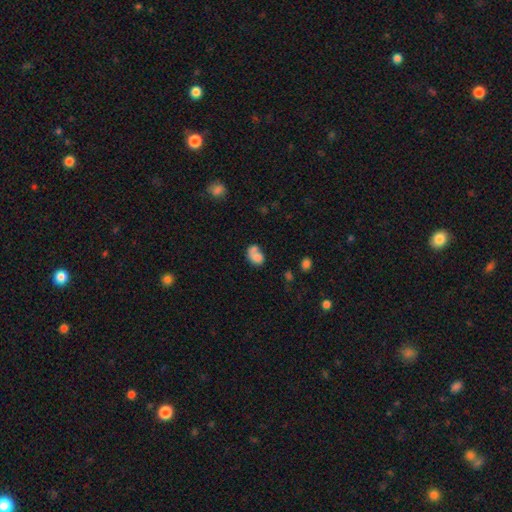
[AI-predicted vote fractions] Smooth or featured? Predicted: smooth (p=0.70). How rounded? Predicted: in between (p=0.67). Merging? Predicted: merger (p=0.50).